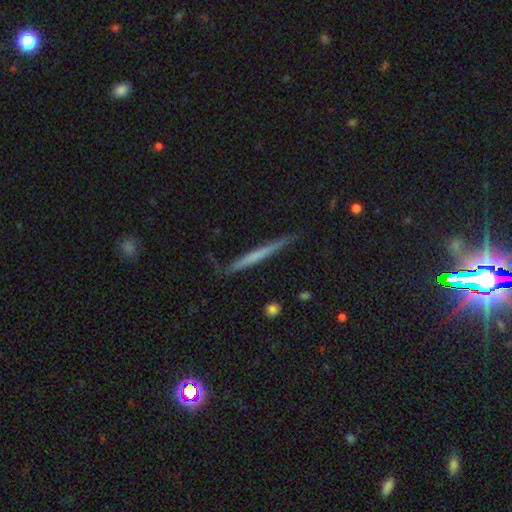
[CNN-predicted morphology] A featured or disk galaxy (48%). Merging: none (84%).